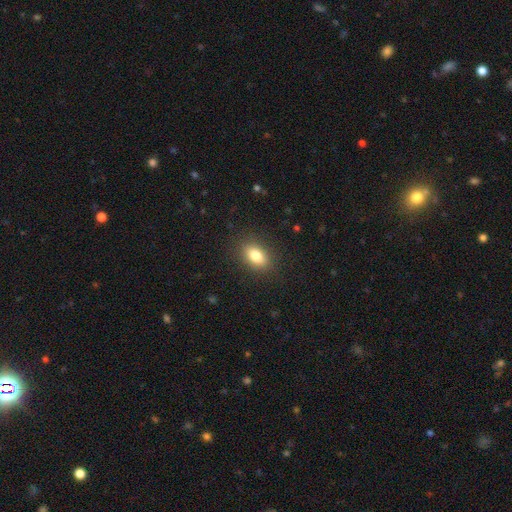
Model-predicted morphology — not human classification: This appears to be a smooth galaxy with no disk features (82%) that is in between round and cigar-shaped (84%). Merging: none (87%).